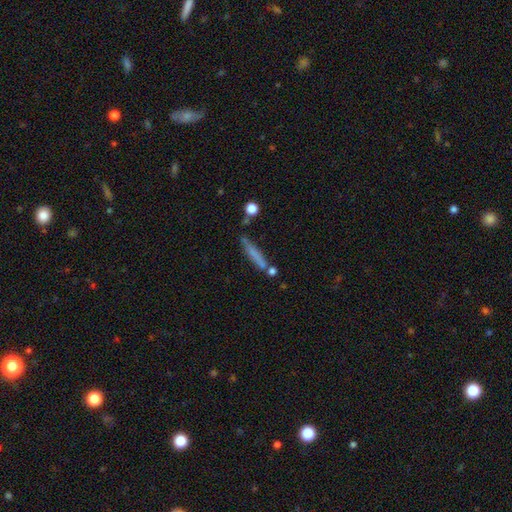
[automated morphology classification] A smooth galaxy with no disk features (64%) that is cigar-shaped (91%). Merging: none (68%).